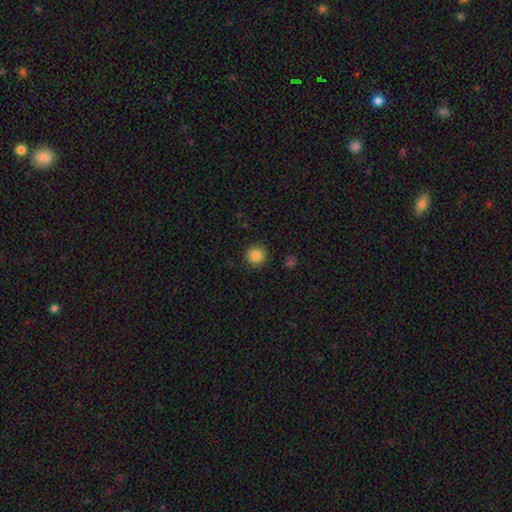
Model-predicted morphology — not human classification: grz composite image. It shows a smooth galaxy with no disk features (85%) that is round (94%). Merging: none (90%).